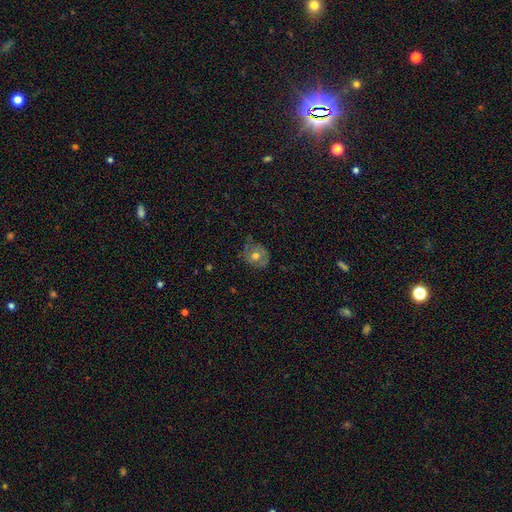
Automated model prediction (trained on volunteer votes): This appears to be a smooth galaxy with no disk features (56%) that is round (74%). Merging: none (62%).